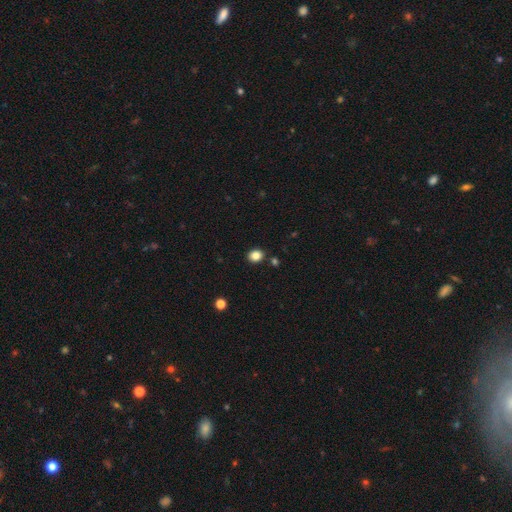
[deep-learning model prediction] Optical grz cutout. It shows a smooth galaxy with no disk features (85%) that is round (66%). Merging: none (87%).